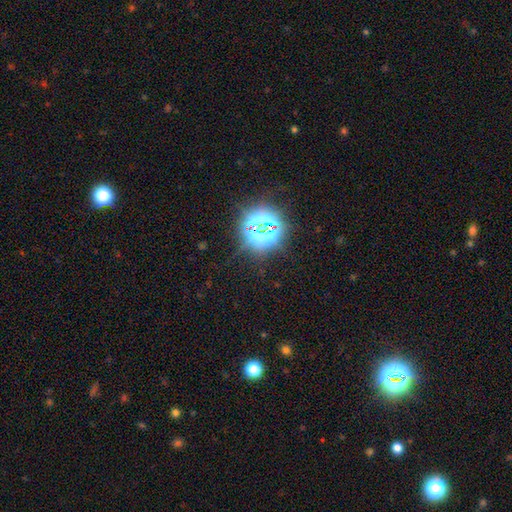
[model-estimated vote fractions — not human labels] Q: Smooth or featured?
A: star or artifact (80%); runner-up: smooth (14%)